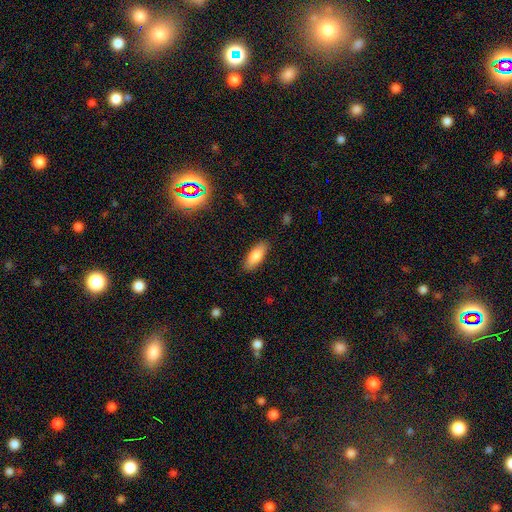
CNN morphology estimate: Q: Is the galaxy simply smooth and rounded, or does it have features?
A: smooth — 82%.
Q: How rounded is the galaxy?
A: in between — 75%.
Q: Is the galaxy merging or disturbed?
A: none — 88%.